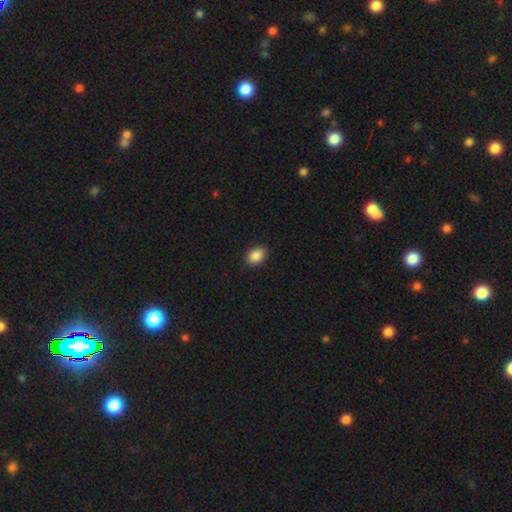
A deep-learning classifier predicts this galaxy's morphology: Overall: smooth (89%). How rounded: in between (72%). Merging: none (90%).